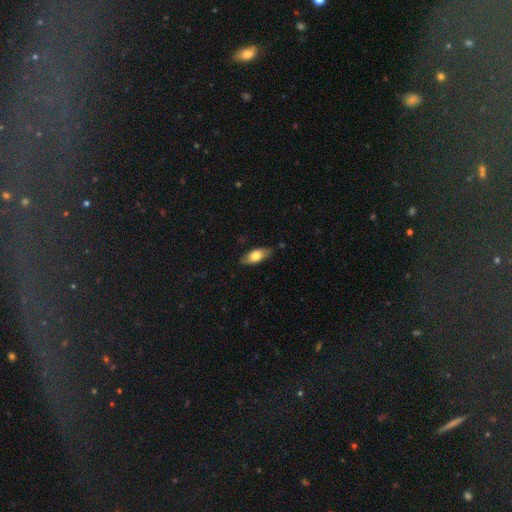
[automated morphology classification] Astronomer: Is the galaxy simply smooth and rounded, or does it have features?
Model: smooth — 69%.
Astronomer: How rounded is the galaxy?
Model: in between — 83%.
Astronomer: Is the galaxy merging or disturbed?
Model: none — 80%.